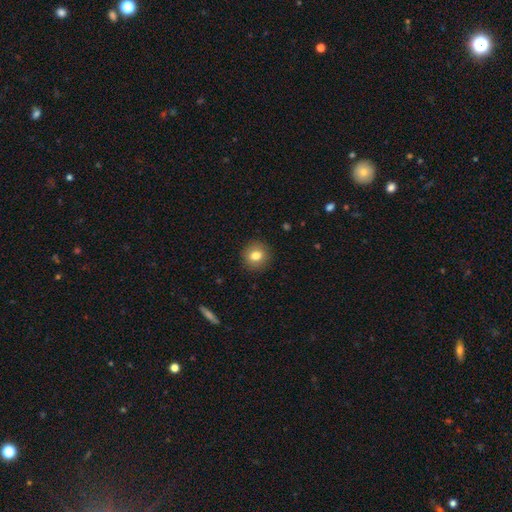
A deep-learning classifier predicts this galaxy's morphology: Smooth or featured? smooth (80%)
How rounded? round (89%)
Merging? none (91%)